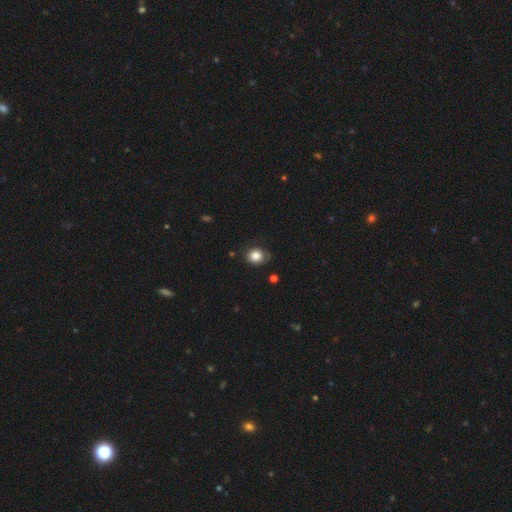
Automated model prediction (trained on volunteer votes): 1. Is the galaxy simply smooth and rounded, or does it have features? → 84% smooth, 10% star or artifact, 6% featured or disk.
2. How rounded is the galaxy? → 67% round, 32% in between, 1% cigar-shaped.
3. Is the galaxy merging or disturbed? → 72% none, 22% minor disturbance, 4% major disturbance, 2% merger.